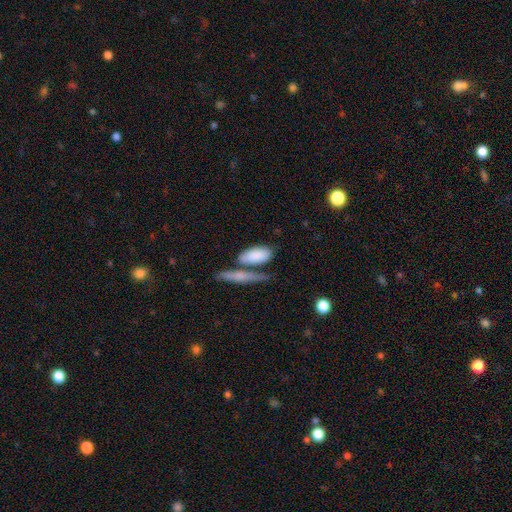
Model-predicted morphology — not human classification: Q: Smooth or featured?
A: smooth (81%); runner-up: featured or disk (14%)
Q: How rounded?
A: in between (83%); runner-up: cigar-shaped (13%)
Q: Merging?
A: none (49%); runner-up: merger (29%)